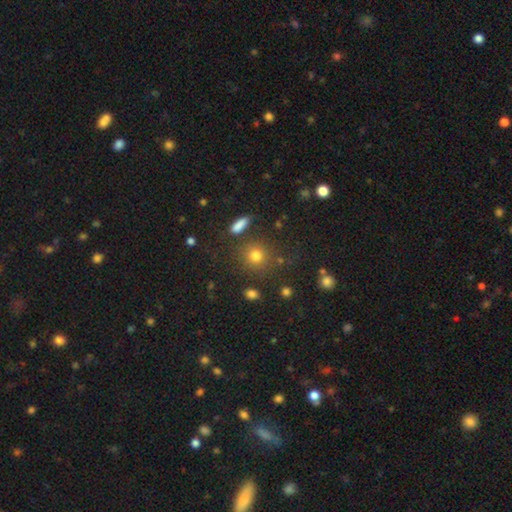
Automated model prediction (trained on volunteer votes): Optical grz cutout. It shows a smooth galaxy with no disk features (75%) that is round (86%). Merging: none (80%).